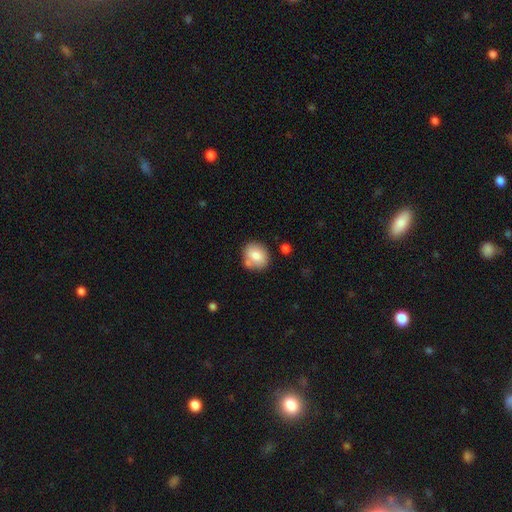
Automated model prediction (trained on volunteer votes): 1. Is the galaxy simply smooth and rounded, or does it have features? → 77% smooth, 15% featured or disk, 8% star or artifact.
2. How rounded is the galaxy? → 66% round, 33% in between, 1% cigar-shaped.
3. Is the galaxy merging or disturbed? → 68% none, 15% minor disturbance, 12% merger, 4% major disturbance.